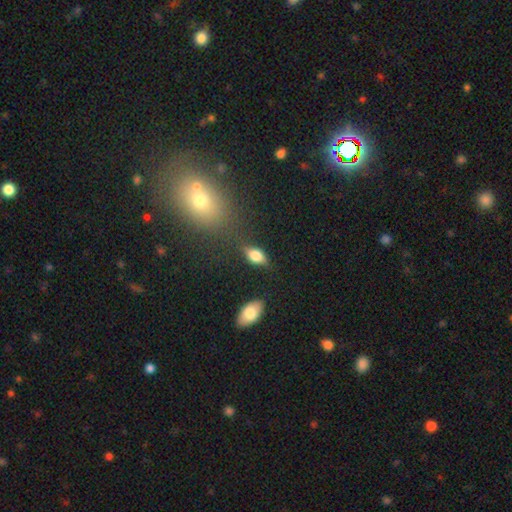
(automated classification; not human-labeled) Smooth or featured?
  - smooth: 74% *
  - featured or disk: 18%
  - star or artifact: 8%
How rounded?
  - in between: 85% *
  - round: 8%
  - cigar-shaped: 7%
Merging?
  - none: 68% *
  - minor disturbance: 21%
  - major disturbance: 7%
  - merger: 5%